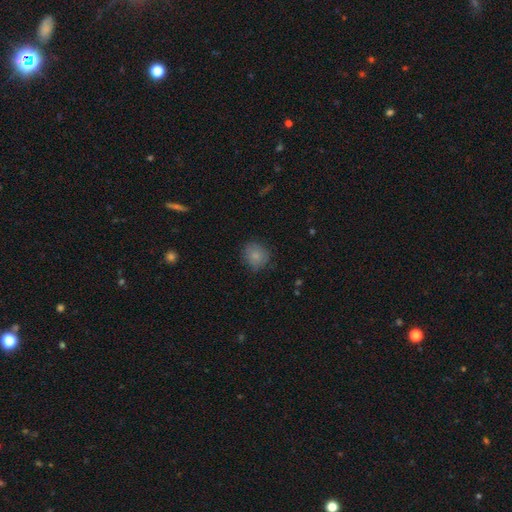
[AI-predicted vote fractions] A smooth galaxy with no disk features (83%) that is round (82%).

Vote fractions:
- Smooth or featured? smooth: 83% / star or artifact: 9% / featured or disk: 8%
- How rounded? round: 82% / in between: 17% / cigar-shaped: 1%
- Merging? none: 77% / minor disturbance: 18% / major disturbance: 4% / merger: 1%